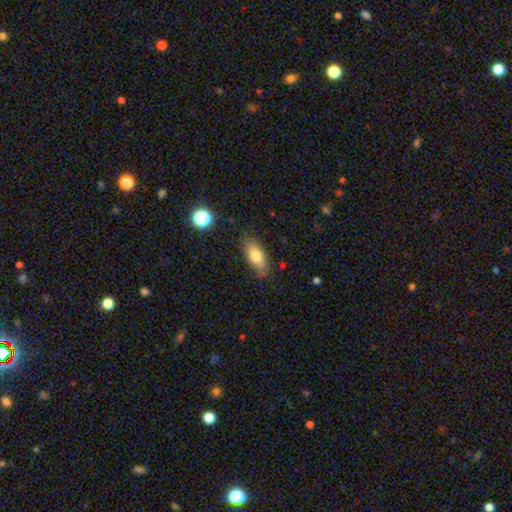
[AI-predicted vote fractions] smooth 75%, featured or disk 17%, star or artifact 8%. Down the decision tree: how rounded — in between (80%); merging — none (81%).